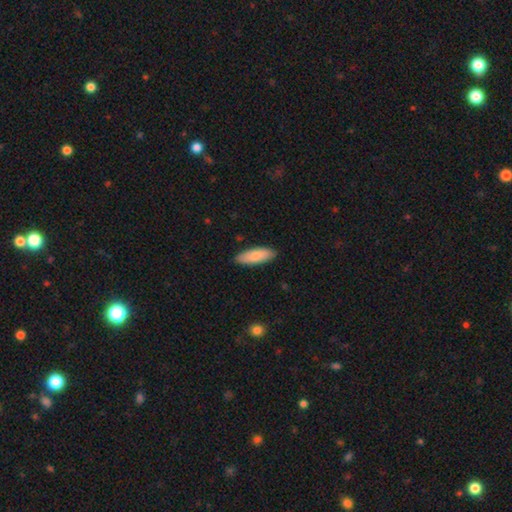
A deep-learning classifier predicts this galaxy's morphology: A smooth galaxy with no disk features (85%) that is in between round and cigar-shaped (66%).

Vote fractions:
- Smooth or featured? smooth: 85% / featured or disk: 10% / star or artifact: 5%
- How rounded? in between: 66% / cigar-shaped: 33% / round: 2%
- Merging? none: 88% / minor disturbance: 9% / major disturbance: 2% / merger: 1%